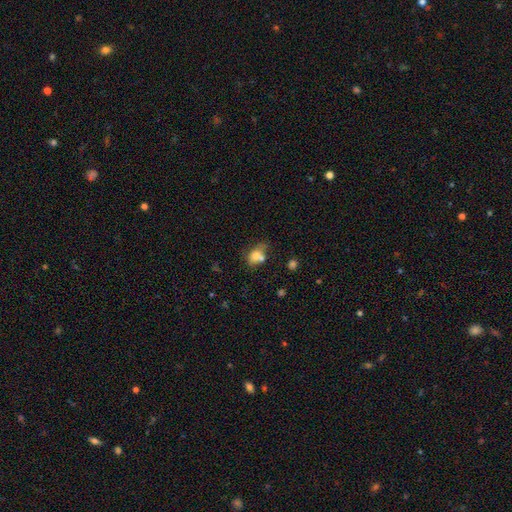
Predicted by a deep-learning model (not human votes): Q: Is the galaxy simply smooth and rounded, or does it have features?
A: smooth — 72%.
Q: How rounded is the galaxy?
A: in between — 62%.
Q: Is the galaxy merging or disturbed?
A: merger — 39%.